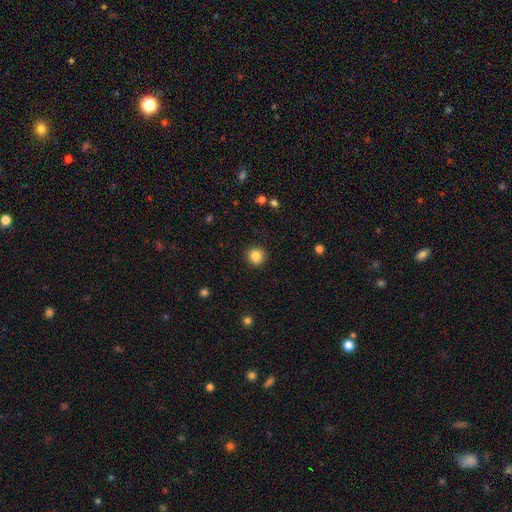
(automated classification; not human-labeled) Morphology: type=smooth (85%); roundness=round (92%); merging=none (91%).